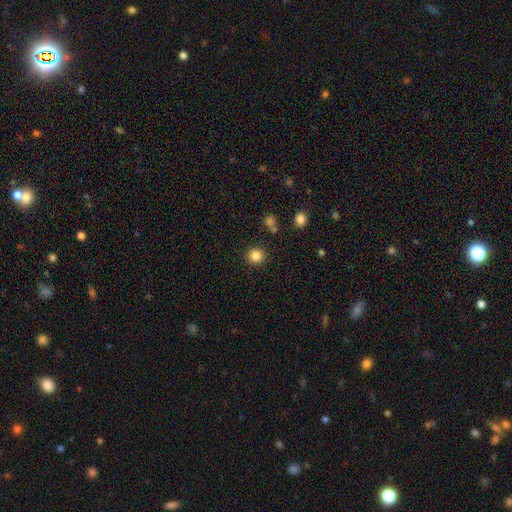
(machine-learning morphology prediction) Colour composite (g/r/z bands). It shows a smooth galaxy with no disk features (84%) that is round (93%). Merging: none (89%).